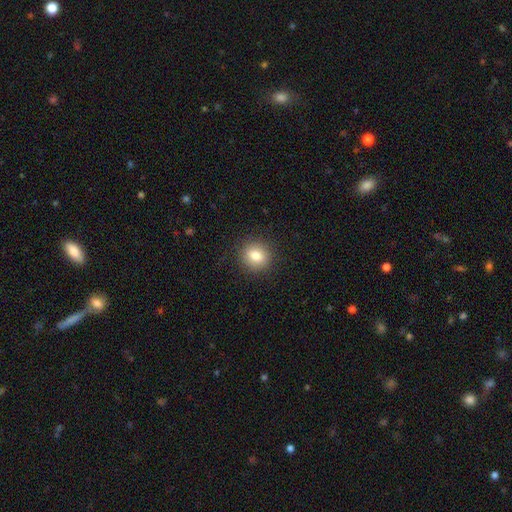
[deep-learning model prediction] smooth 82%, star or artifact 10%, featured or disk 8%. Down the decision tree: how rounded — round (84%); merging — none (89%).